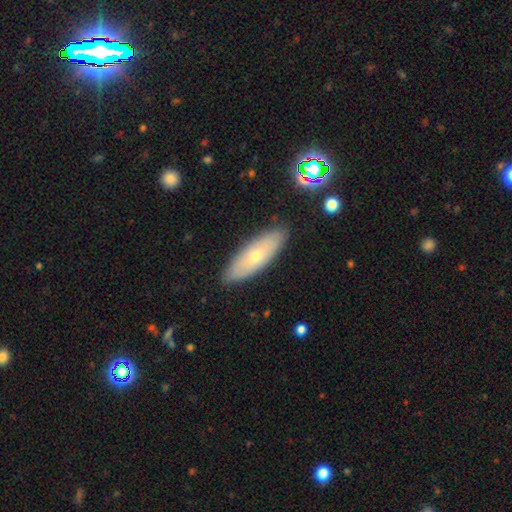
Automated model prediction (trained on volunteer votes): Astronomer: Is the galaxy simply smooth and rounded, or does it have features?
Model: smooth — 58% (runner-up: featured or disk, 34%).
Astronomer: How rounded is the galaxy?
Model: in between — 59% (runner-up: cigar-shaped, 38%).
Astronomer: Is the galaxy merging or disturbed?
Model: none — 87%.